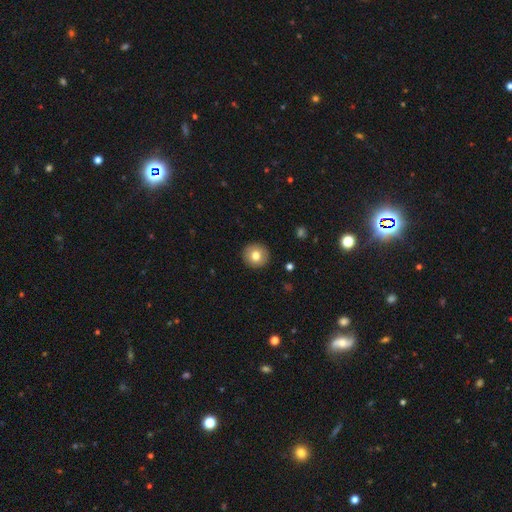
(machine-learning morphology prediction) A smooth galaxy with no disk features (78%) that is round (93%). Merging: none (92%).